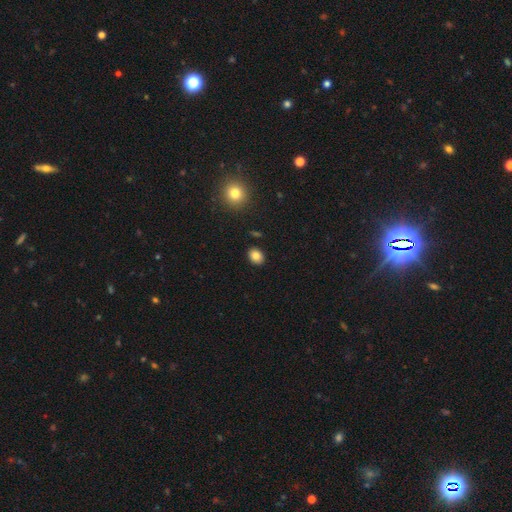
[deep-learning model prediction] Smooth or featured? Predicted: smooth (p=0.84). How rounded? Predicted: in between (p=0.60). Merging? Predicted: none (p=0.88).